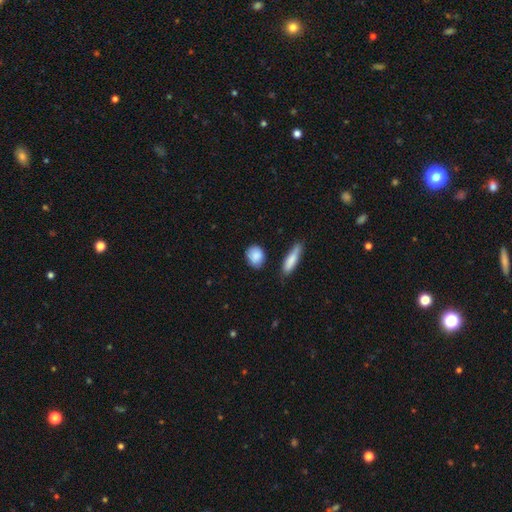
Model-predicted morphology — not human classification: Smooth or featured: smooth — 87% (featured or disk — 7%)
How rounded: in between — 49% (round — 46%)
Merging: none — 74% (minor disturbance — 18%)